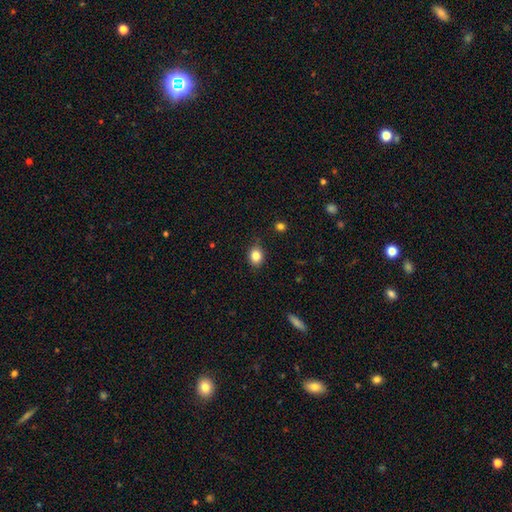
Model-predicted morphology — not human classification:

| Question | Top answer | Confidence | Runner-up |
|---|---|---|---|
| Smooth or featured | smooth | 84% | star or artifact (10%) |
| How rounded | round | 60% | in between (39%) |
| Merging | none | 85% | minor disturbance (11%) |